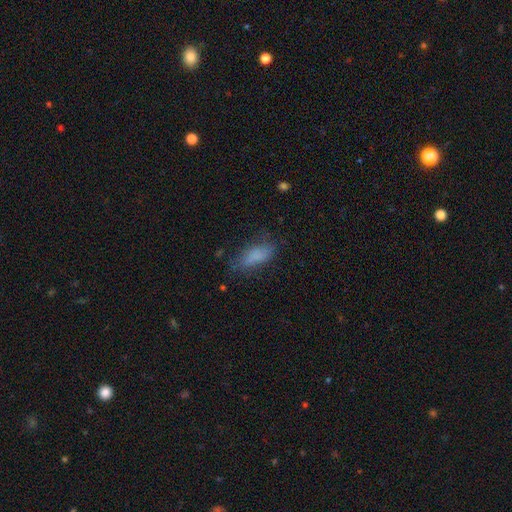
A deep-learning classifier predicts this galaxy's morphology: A smooth galaxy with no disk features (75%) that is in between round and cigar-shaped (76%).

Vote fractions:
- Smooth or featured? smooth: 75% / featured or disk: 15% / star or artifact: 10%
- How rounded? in between: 76% / cigar-shaped: 21% / round: 3%
- Merging? none: 59% / minor disturbance: 25% / major disturbance: 13% / merger: 2%